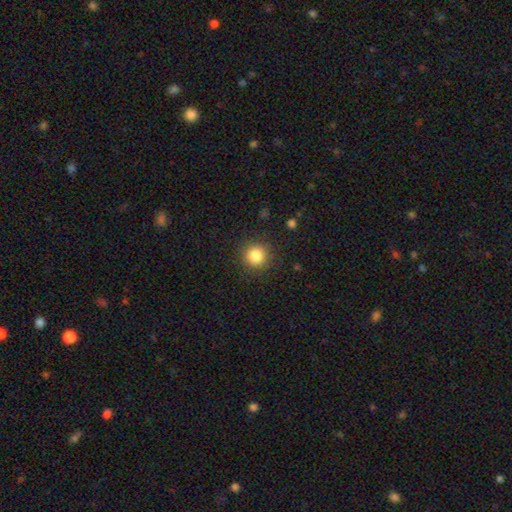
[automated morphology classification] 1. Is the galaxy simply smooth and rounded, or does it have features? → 84% smooth, 11% star or artifact, 5% featured or disk.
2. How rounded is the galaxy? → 94% round, 5% in between, 1% cigar-shaped.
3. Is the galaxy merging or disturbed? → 89% none, 7% minor disturbance, 3% major disturbance, 1% merger.